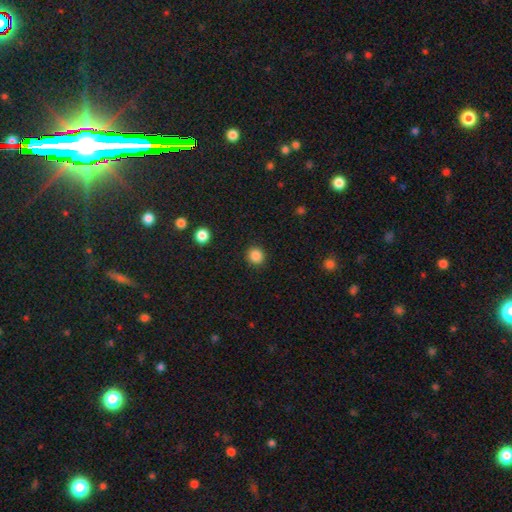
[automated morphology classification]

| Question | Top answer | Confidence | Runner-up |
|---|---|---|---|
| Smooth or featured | smooth | 87% | star or artifact (10%) |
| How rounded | round | 87% | in between (12%) |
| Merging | none | 91% | minor disturbance (6%) |